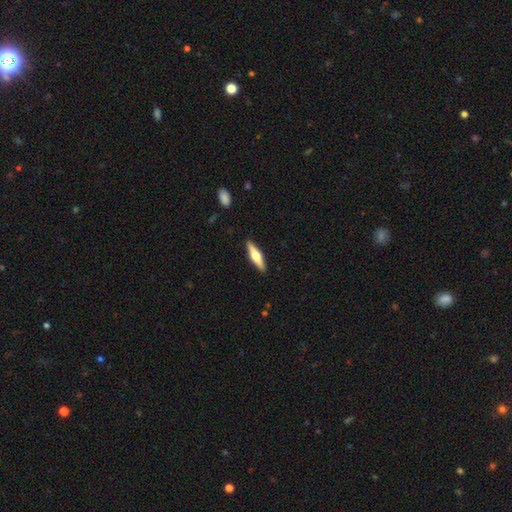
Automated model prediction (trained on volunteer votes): This is possibly a featured or disk galaxy (57%). It is clearly viewed edge-on (96%). Edge-on bulge: clearly rounded (94%). Merging: clearly none (91%).